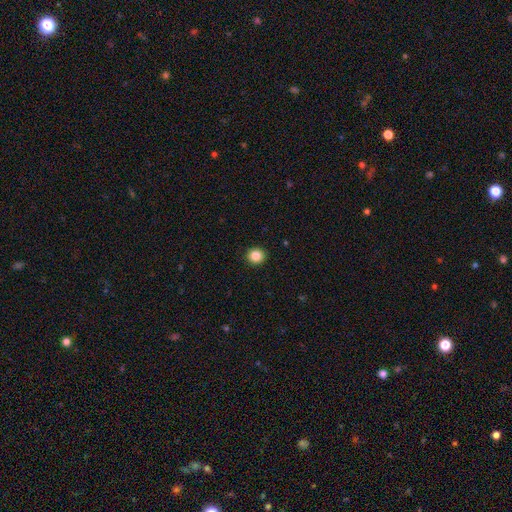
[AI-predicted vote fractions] Smooth or featured: smooth — 85% (star or artifact — 10%)
How rounded: round — 91% (in between — 8%)
Merging: none — 93% (minor disturbance — 5%)